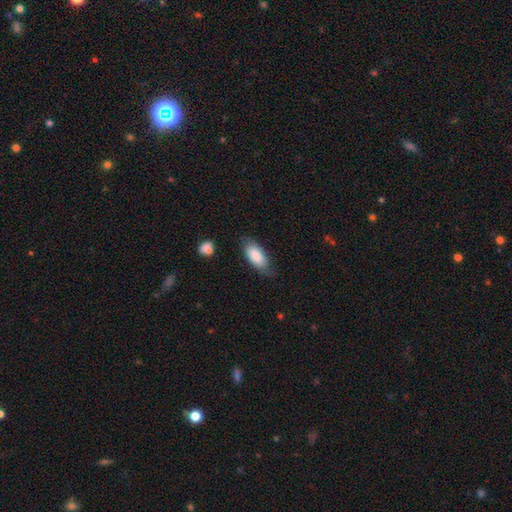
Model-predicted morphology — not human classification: type=smooth (78%); roundness=in between (88%); merging=none (68%).